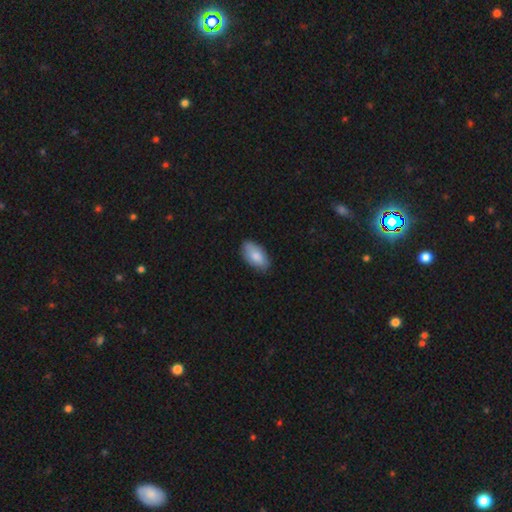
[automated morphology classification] Q: Smooth or featured?
A: smooth (84%); runner-up: featured or disk (10%)
Q: How rounded?
A: in between (93%); runner-up: cigar-shaped (4%)
Q: Merging?
A: none (83%); runner-up: minor disturbance (13%)